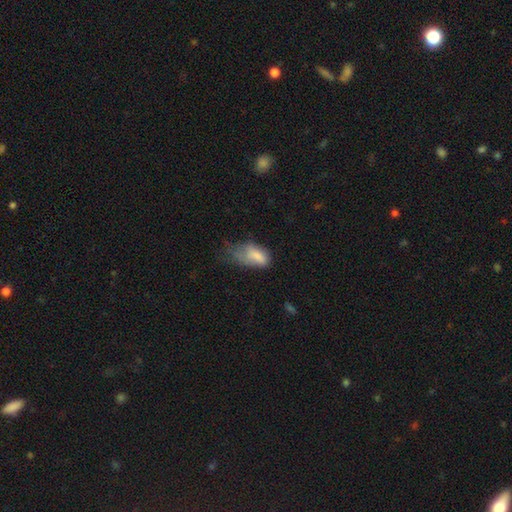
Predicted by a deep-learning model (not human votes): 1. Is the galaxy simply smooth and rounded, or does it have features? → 76% smooth, 15% featured or disk, 9% star or artifact.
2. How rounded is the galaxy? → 90% in between, 5% round, 5% cigar-shaped.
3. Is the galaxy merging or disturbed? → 43% major disturbance, 34% minor disturbance, 19% none, 4% merger.